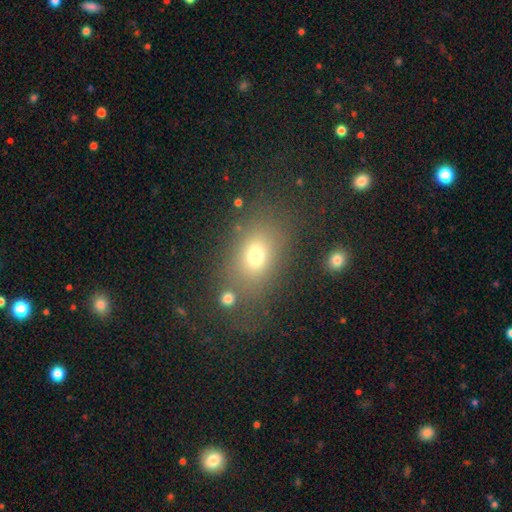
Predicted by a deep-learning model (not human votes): This is likely a smooth galaxy (71%). How rounded: likely in between (68%). Merging: likely none (68%).